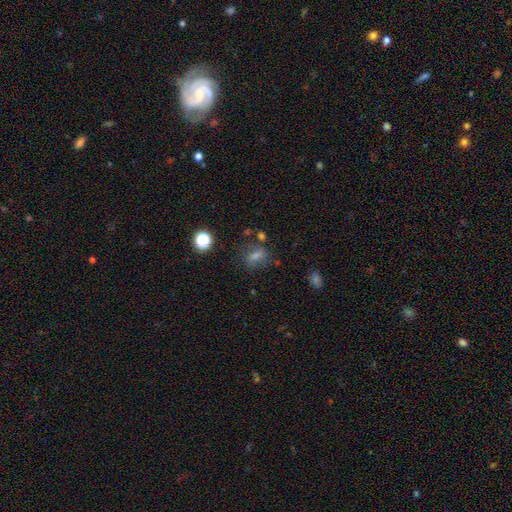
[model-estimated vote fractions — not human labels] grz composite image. It shows a smooth galaxy with no disk features (56%) that is in between round and cigar-shaped (57%). Merging: none (69%).